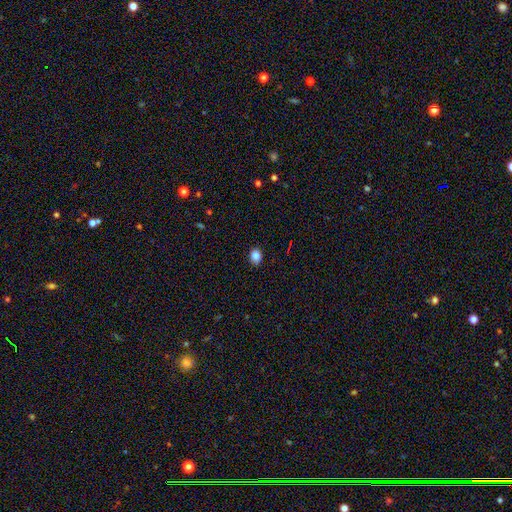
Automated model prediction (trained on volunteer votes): This appears to be a smooth galaxy with no disk features (84%) that is round (51%). Merging: none (87%).